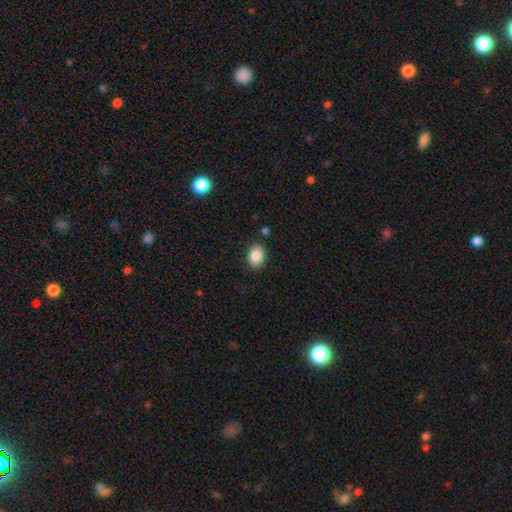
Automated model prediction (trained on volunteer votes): Q: Smooth or featured?
A: smooth (86%); runner-up: star or artifact (8%)
Q: How rounded?
A: in between (69%); runner-up: round (30%)
Q: Merging?
A: none (86%); runner-up: minor disturbance (10%)